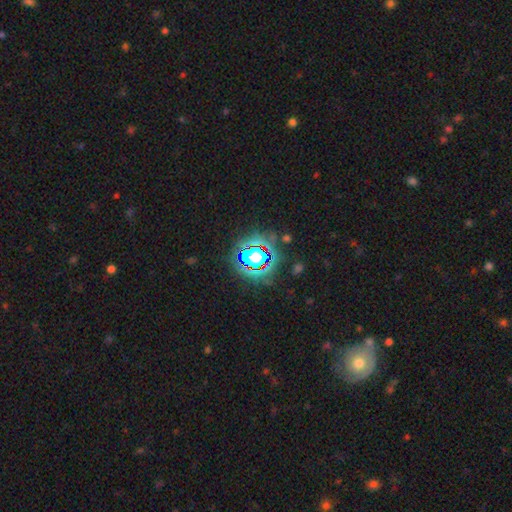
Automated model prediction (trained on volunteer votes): A star or artifact, not a galaxy (82%).